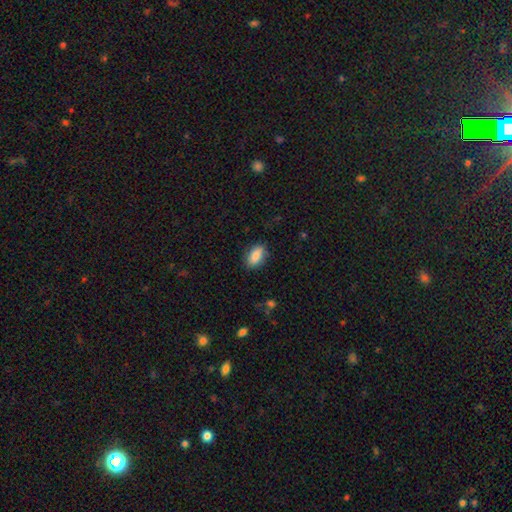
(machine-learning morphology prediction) The model was most divided on "merging": none: 83%, minor disturbance: 13%, major disturbance: 3%, merger: 1%. More confident: how rounded — in between (90%); smooth or featured — smooth (86%).